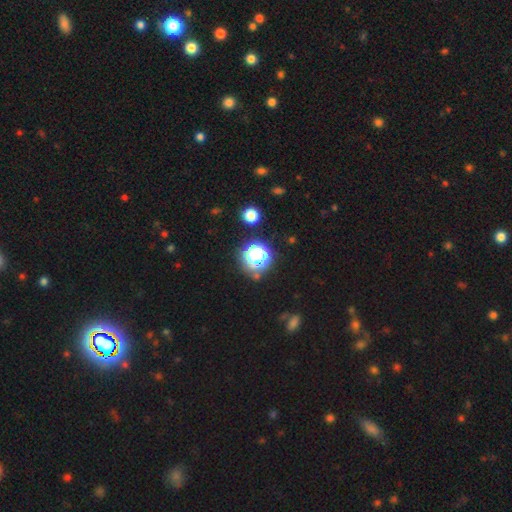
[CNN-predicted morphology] Smooth or featured? Predicted: star or artifact (p=0.53).